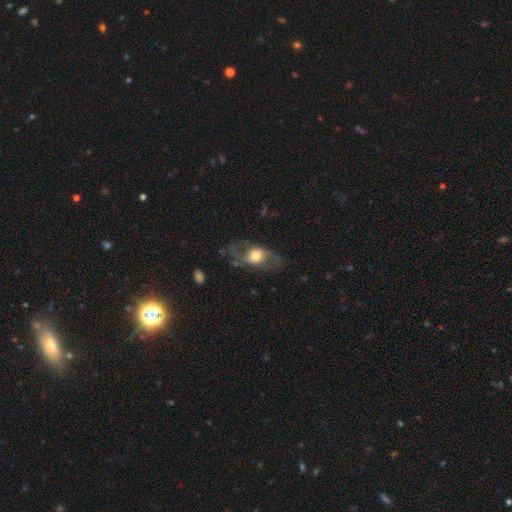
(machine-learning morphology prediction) type=featured or disk (61%); edge-on=no (90%); bar=no (68%); spiral arms=yes (74%); bulge=moderate (51%); merging=none (66%).